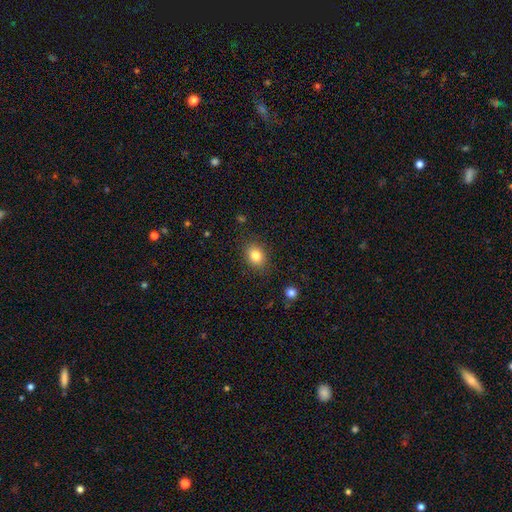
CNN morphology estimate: smooth-or-featured: smooth: 82% | star or artifact: 10% | featured or disk: 7%
  how-rounded: in between: 52% | round: 47% | cigar-shaped: 1%
  merging: none: 85% | minor disturbance: 11% | major disturbance: 3% | merger: 1%